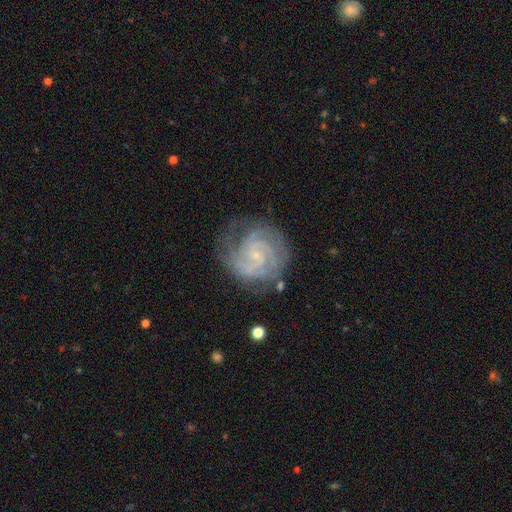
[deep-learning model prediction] Smooth or featured? featured or disk (86%)
Edge-on disk? no (98%)
Bar? no (54%)
Spiral arms? yes (97%)
Spiral winding? tight (62%)
Spiral arm count? 2 (43%)
Bulge size? small (77%)
Merging? none (72%)